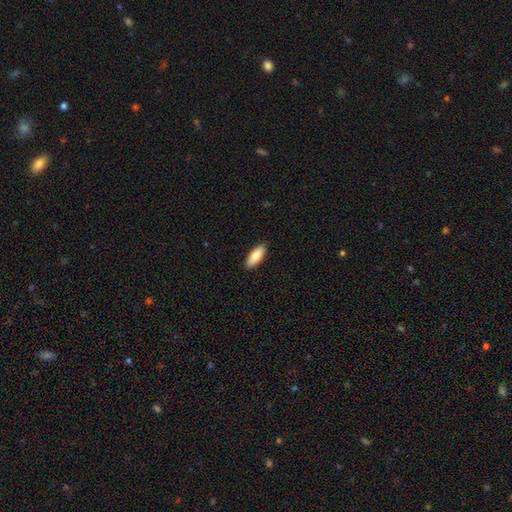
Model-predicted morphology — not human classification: Smooth or featured? smooth (85%)
How rounded? in between (70%)
Merging? none (89%)